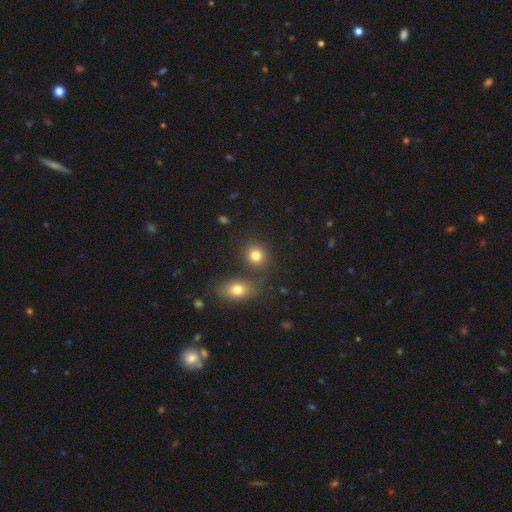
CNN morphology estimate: Smooth or featured: smooth — 80% (star or artifact — 12%)
How rounded: round — 78% (in between — 21%)
Merging: none — 72% (merger — 16%)